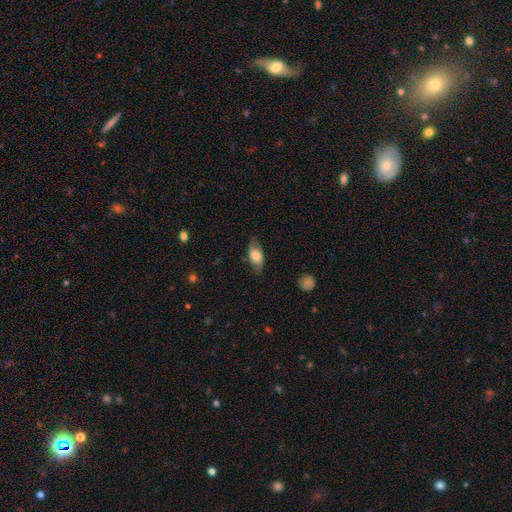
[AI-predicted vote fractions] The model was most divided on "smooth or featured": smooth: 67%, featured or disk: 26%, star or artifact: 7%. More confident: how rounded — in between (86%); merging — none (74%).